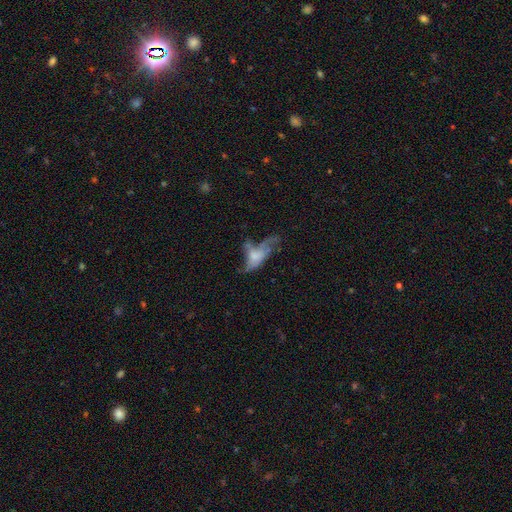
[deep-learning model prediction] Smooth or featured? featured or disk (47%)
Merging? major disturbance (45%)